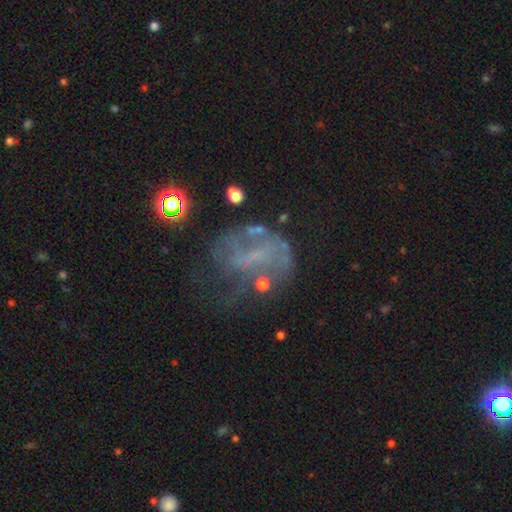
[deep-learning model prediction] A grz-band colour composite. It shows a featured or disk galaxy (60%) with no bar (55%), no spiral arms (51%) and no central bulge (61%). Merging: none (37%).